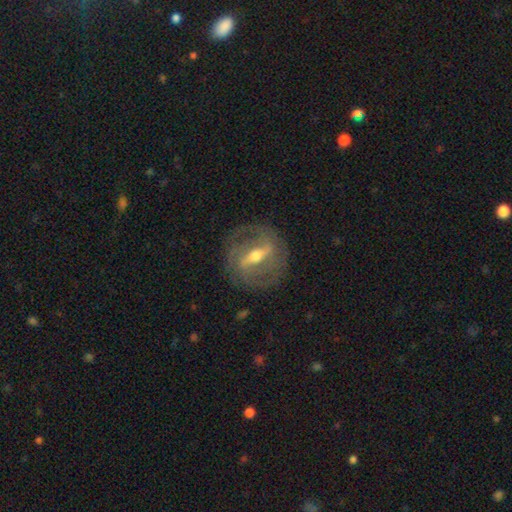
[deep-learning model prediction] A featured or disk galaxy (83%) with a strong bar (68%), 2 (57%) tight (50%) spiral arms (75%) and a moderate central bulge (68%).

Vote fractions:
- Smooth or featured? featured or disk: 83% / smooth: 11% / star or artifact: 6%
- Edge-on disk? no: 82% / yes: 18%
- Bar? strong: 68% / weak: 24% / no: 8%
- Spiral arms? yes: 75% / no: 25%
- Spiral winding? tight: 50% / medium: 35% / loose: 15%
- Spiral arm count? 2: 57% / can't tell: 24% / 3: 9% / 1: 4% / 4: 3% / more than 4: 2%
- Bulge size? moderate: 68% / small: 24% / large: 6% / none: 1% / dominant: 1%
- Merging? none: 80% / minor disturbance: 12% / major disturbance: 7% / merger: 1%